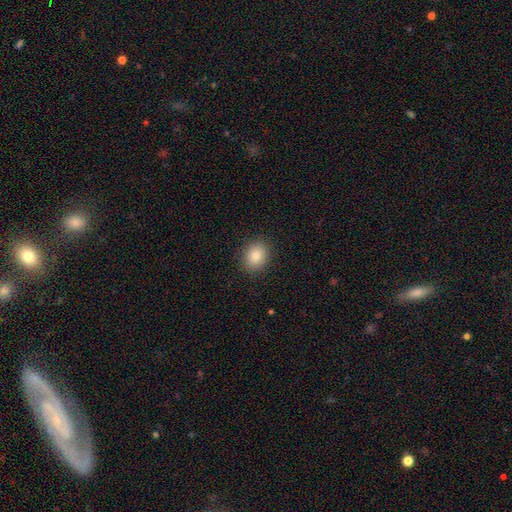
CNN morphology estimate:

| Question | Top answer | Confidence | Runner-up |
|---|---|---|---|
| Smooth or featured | smooth | 84% | star or artifact (9%) |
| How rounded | round | 57% | in between (43%) |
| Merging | none | 89% | minor disturbance (7%) |